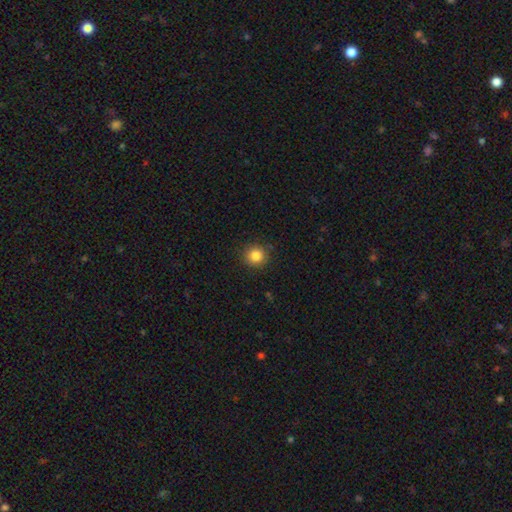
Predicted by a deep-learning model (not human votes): The model was most divided on "smooth or featured": smooth: 84%, star or artifact: 11%, featured or disk: 5%. More confident: how rounded — round (93%); merging — none (89%).